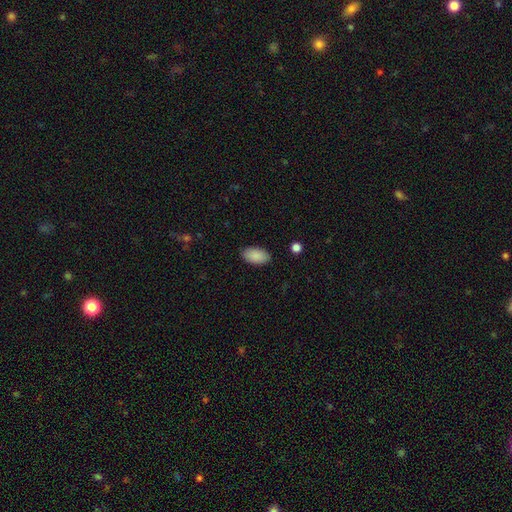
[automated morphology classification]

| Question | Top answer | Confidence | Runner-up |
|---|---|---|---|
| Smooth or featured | smooth | 90% | star or artifact (7%) |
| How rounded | in between | 95% | round (3%) |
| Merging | none | 88% | minor disturbance (9%) |